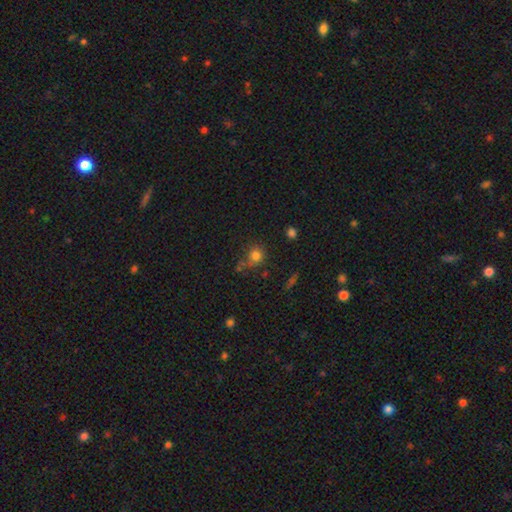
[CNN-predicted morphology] smooth-or-featured: smooth: 77% | star or artifact: 15% | featured or disk: 8%
  how-rounded: round: 85% | in between: 14% | cigar-shaped: 1%
  merging: none: 64% | minor disturbance: 17% | merger: 12% | major disturbance: 7%